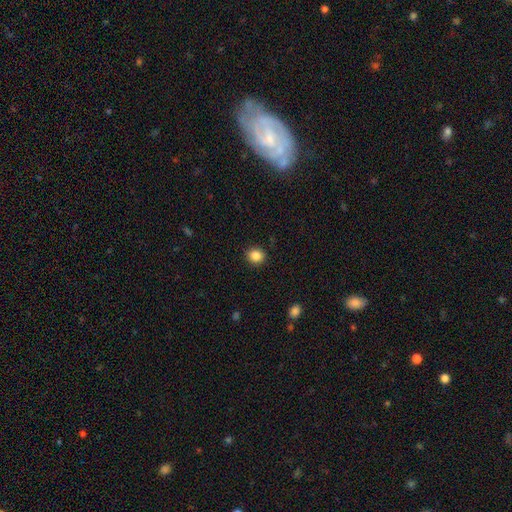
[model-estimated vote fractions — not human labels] Smooth or featured? Predicted: smooth (p=0.86). How rounded? Predicted: round (p=0.81). Merging? Predicted: none (p=0.90).